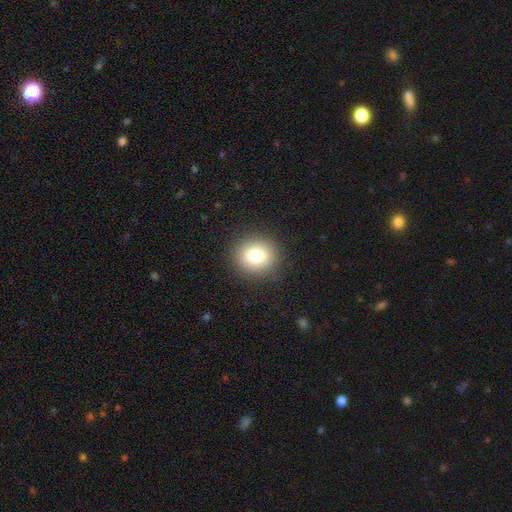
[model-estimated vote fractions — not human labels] smooth-or-featured: smooth: 81% | star or artifact: 11% | featured or disk: 8%
  how-rounded: round: 89% | in between: 10% | cigar-shaped: 1%
  merging: none: 90% | minor disturbance: 6% | major disturbance: 2% | merger: 1%